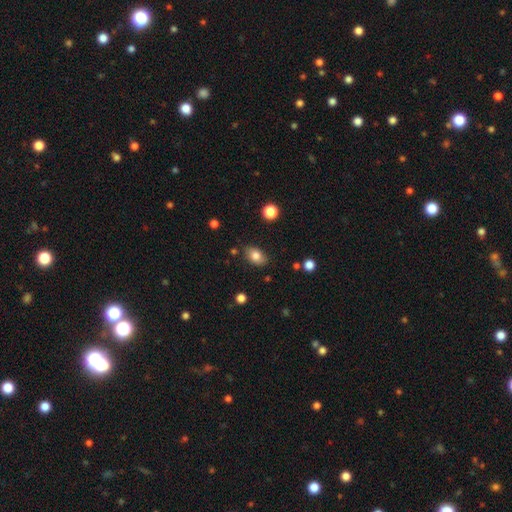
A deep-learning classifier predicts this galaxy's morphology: This is clearly a smooth galaxy (81%). How rounded: clearly in between (82%). Merging: likely none (79%).